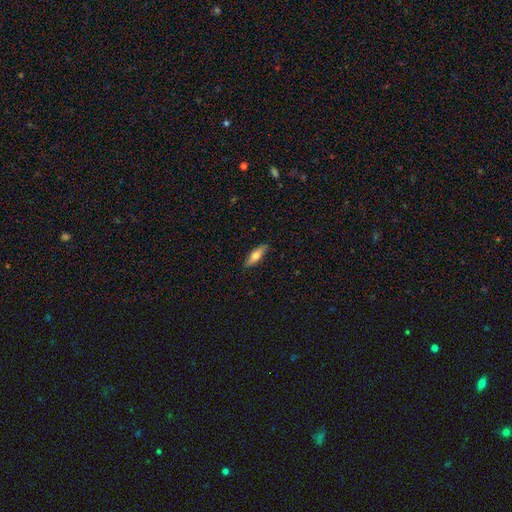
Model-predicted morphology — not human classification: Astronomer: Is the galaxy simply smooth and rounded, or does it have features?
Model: smooth — 68%.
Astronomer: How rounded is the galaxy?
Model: in between — 52% (runner-up: cigar-shaped, 46%).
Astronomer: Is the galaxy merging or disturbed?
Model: none — 85%.